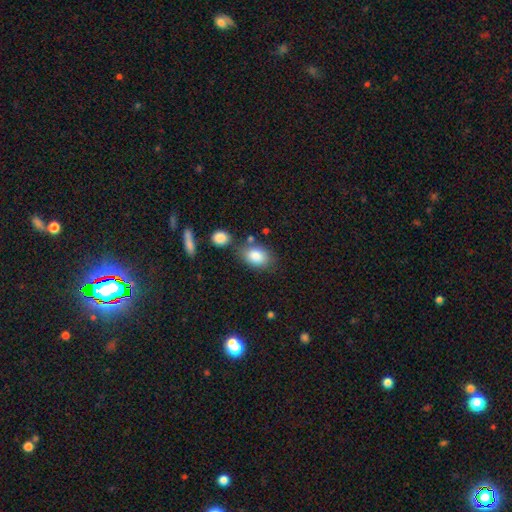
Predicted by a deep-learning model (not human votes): Smooth or featured: smooth — 85% (star or artifact — 7%)
How rounded: in between — 82% (round — 17%)
Merging: none — 65% (minor disturbance — 18%)